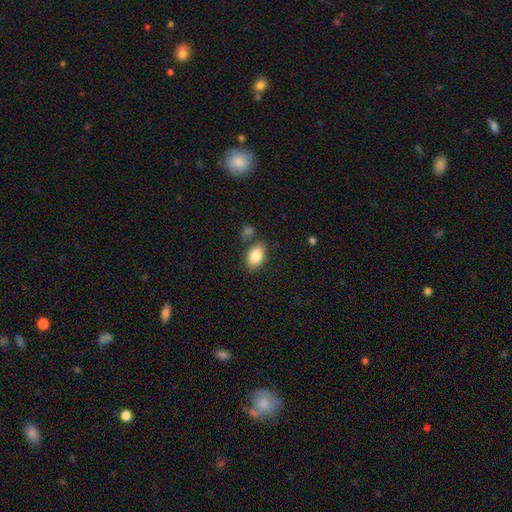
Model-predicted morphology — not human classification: Q: Smooth or featured?
A: smooth (84%); runner-up: featured or disk (9%)
Q: How rounded?
A: in between (91%); runner-up: round (8%)
Q: Merging?
A: none (73%); runner-up: minor disturbance (12%)